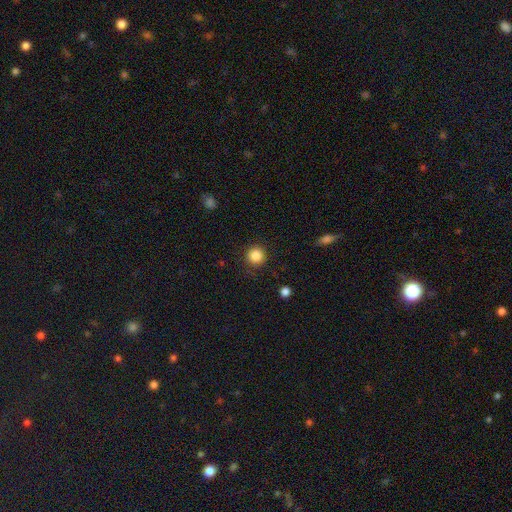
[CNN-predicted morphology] Smooth or featured? Predicted: smooth (p=0.86). How rounded? Predicted: round (p=0.95). Merging? Predicted: none (p=0.90).